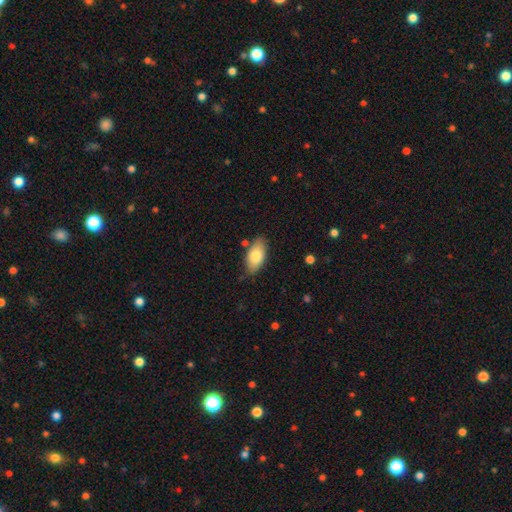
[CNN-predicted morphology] A smooth galaxy with no disk features (78%) that is in between round and cigar-shaped (92%).

Vote fractions:
- Smooth or featured? smooth: 78% / featured or disk: 15% / star or artifact: 6%
- How rounded? in between: 92% / cigar-shaped: 5% / round: 3%
- Merging? none: 80% / minor disturbance: 14% / merger: 3% / major disturbance: 3%